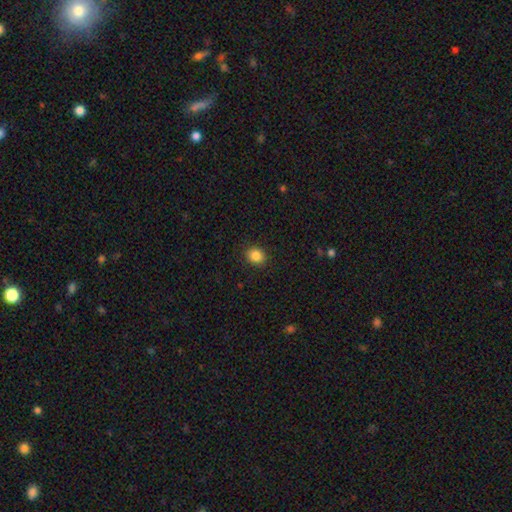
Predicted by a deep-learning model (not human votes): Q: Smooth or featured?
A: smooth (86%); runner-up: star or artifact (10%)
Q: How rounded?
A: round (67%); runner-up: in between (32%)
Q: Merging?
A: none (90%); runner-up: minor disturbance (7%)